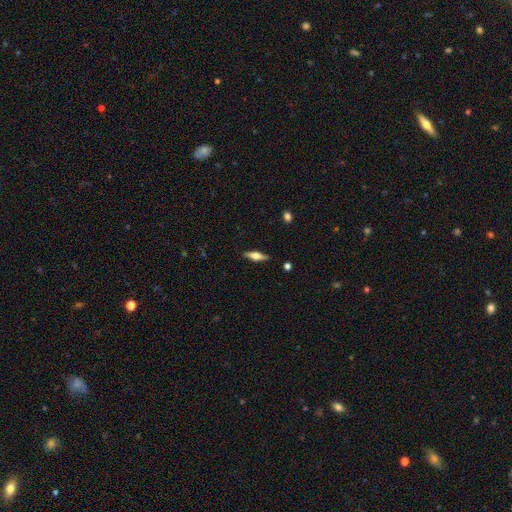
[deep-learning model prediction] Q: Smooth or featured?
A: featured or disk (57%); runner-up: smooth (37%)
Q: Edge-on disk?
A: yes (95%); runner-up: no (5%)
Q: Edge-on bulge?
A: rounded (90%); runner-up: boxy (8%)
Q: Merging?
A: none (88%); runner-up: minor disturbance (9%)